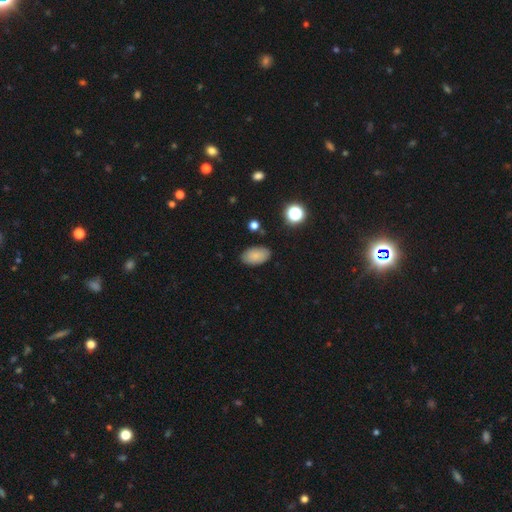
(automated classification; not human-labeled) Smooth or featured: smooth — 84% (star or artifact — 9%)
How rounded: in between — 93% (round — 6%)
Merging: none — 85% (minor disturbance — 11%)